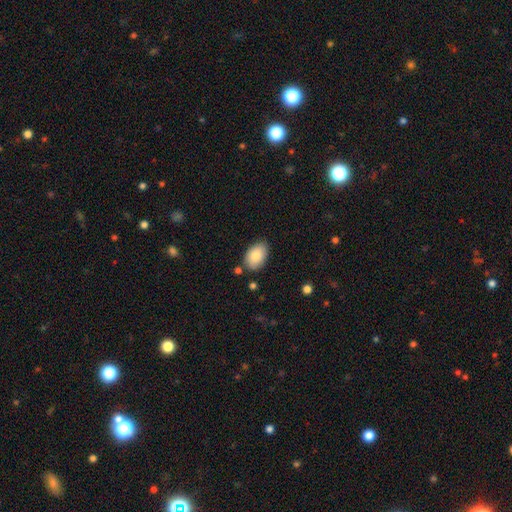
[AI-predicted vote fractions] Q: Smooth or featured?
A: smooth (83%); runner-up: featured or disk (10%)
Q: How rounded?
A: in between (91%); runner-up: round (8%)
Q: Merging?
A: none (78%); runner-up: minor disturbance (16%)